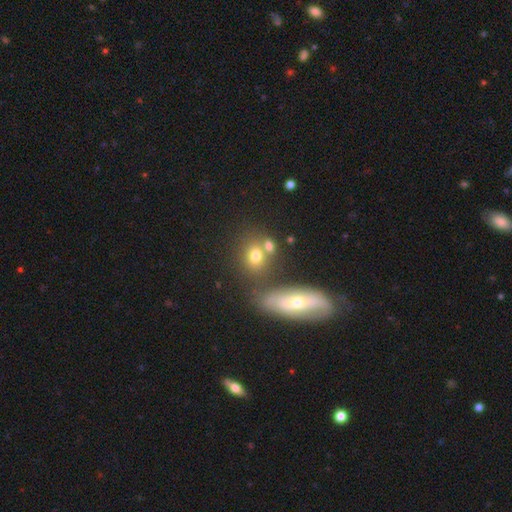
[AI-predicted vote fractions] A smooth galaxy with no disk features (70%) that is round (52%). Merging: none (55%).